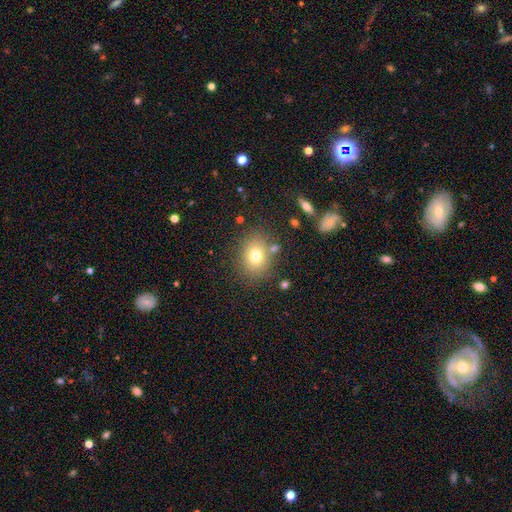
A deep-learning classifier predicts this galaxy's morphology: Smooth or featured? smooth (74%)
How rounded? round (54%)
Merging? none (79%)